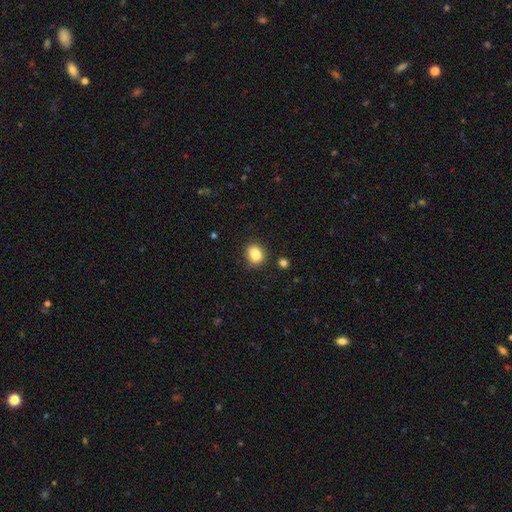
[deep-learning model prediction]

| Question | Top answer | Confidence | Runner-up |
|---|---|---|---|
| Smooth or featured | smooth | 83% | star or artifact (10%) |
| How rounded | round | 50% | in between (49%) |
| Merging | none | 65% | minor disturbance (17%) |